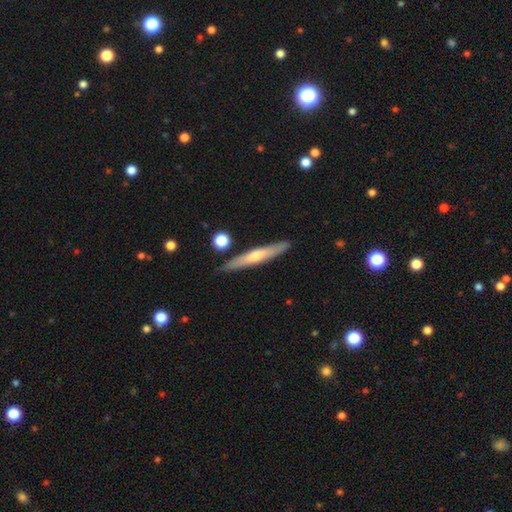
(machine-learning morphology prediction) type=featured or disk (53%); edge-on=yes (91%); merging=none (87%).